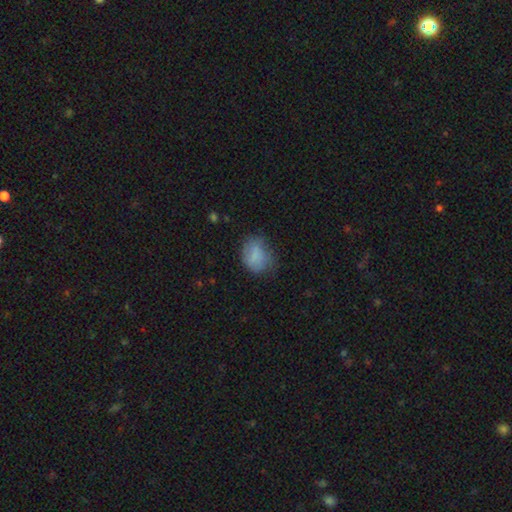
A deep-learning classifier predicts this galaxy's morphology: A smooth galaxy with no disk features (79%) that is in between round and cigar-shaped (56%). Merging: none (56%).